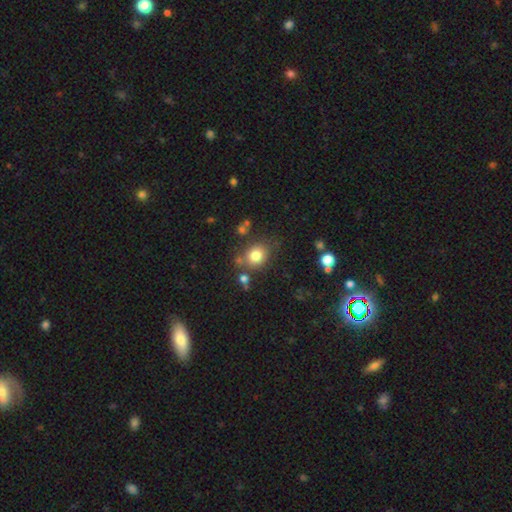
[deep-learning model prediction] Overall: smooth (80%). How rounded: round (66%; in between 33%). Merging: none (74%).